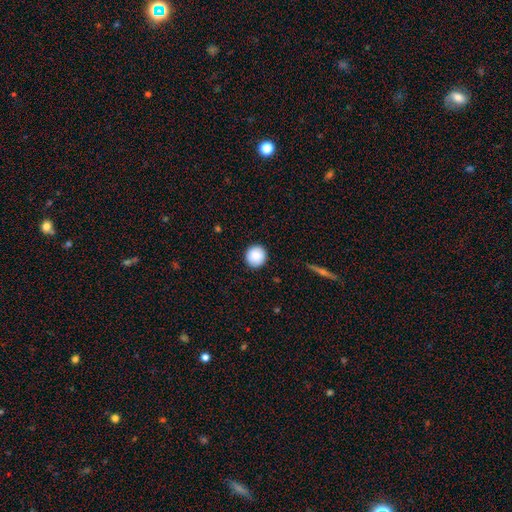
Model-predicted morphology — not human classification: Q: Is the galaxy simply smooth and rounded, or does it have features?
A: smooth — 89%.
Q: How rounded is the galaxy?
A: round — 94%.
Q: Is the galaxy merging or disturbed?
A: none — 92%.